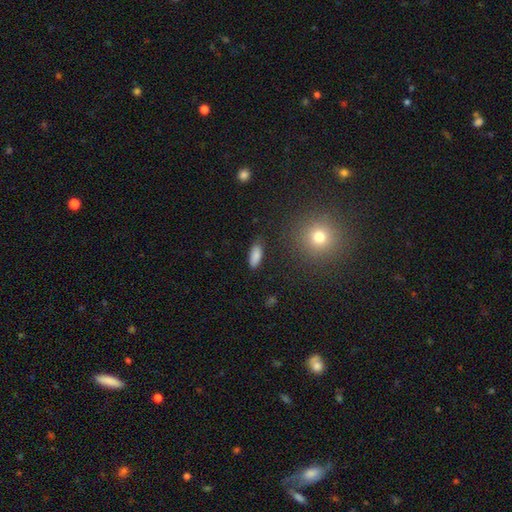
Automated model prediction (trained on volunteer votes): Q: Smooth or featured?
A: smooth (85%); runner-up: star or artifact (8%)
Q: How rounded?
A: in between (80%); runner-up: cigar-shaped (17%)
Q: Merging?
A: none (84%); runner-up: minor disturbance (12%)